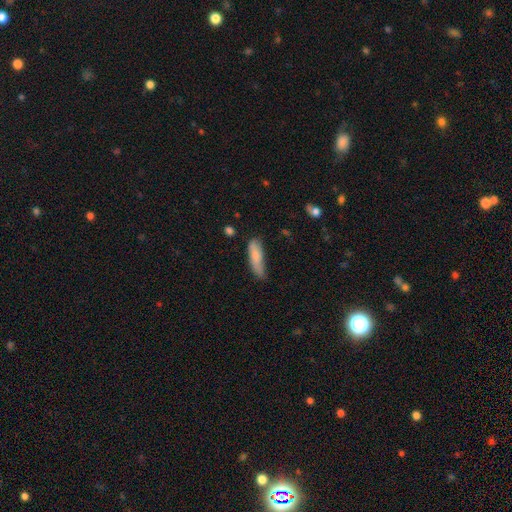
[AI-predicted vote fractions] Smooth or featured? smooth (81%)
How rounded? cigar-shaped (57%)
Merging? none (50%)